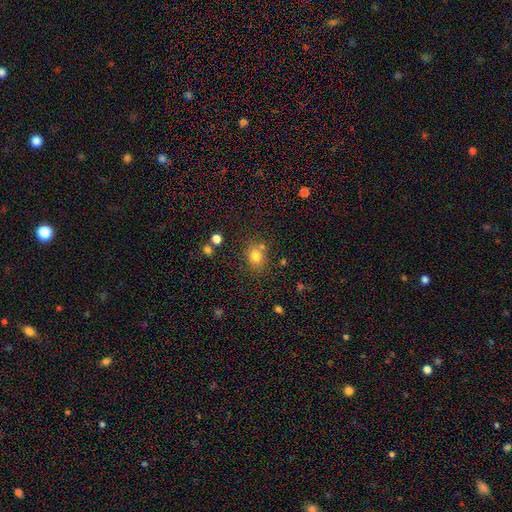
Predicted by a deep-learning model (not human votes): Overall: smooth (79%). How rounded: round (62%; in between 37%). Merging: none (69%).